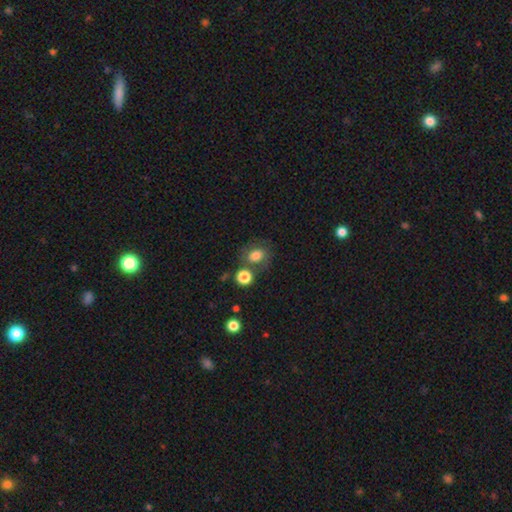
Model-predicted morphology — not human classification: Q: Smooth or featured?
A: smooth (77%); runner-up: featured or disk (12%)
Q: How rounded?
A: round (51%); runner-up: in between (47%)
Q: Merging?
A: none (61%); runner-up: merger (17%)